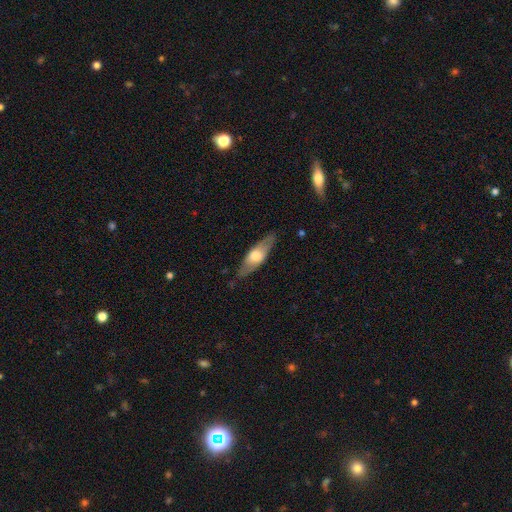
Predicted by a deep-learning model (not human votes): A featured or disk galaxy (48%). Merging: none (81%).